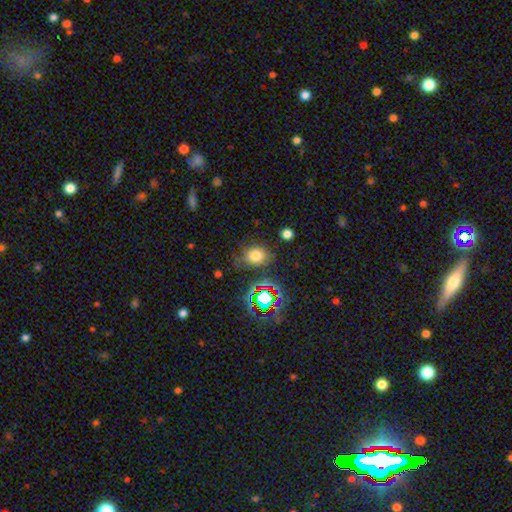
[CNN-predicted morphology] Smooth or featured: smooth — 70% (star or artifact — 21%)
How rounded: round — 51% (in between — 47%)
Merging: none — 69% (minor disturbance — 20%)